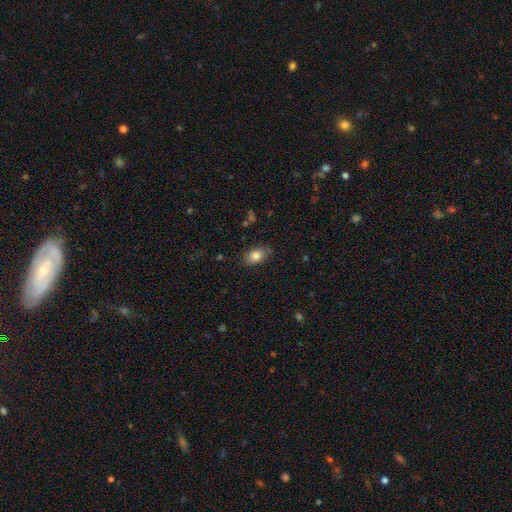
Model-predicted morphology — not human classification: A smooth galaxy with no disk features (83%) that is in between round and cigar-shaped (78%).

Vote fractions:
- Smooth or featured? smooth: 83% / featured or disk: 9% / star or artifact: 9%
- How rounded? in between: 78% / round: 20% / cigar-shaped: 1%
- Merging? none: 81% / minor disturbance: 15% / major disturbance: 3% / merger: 1%